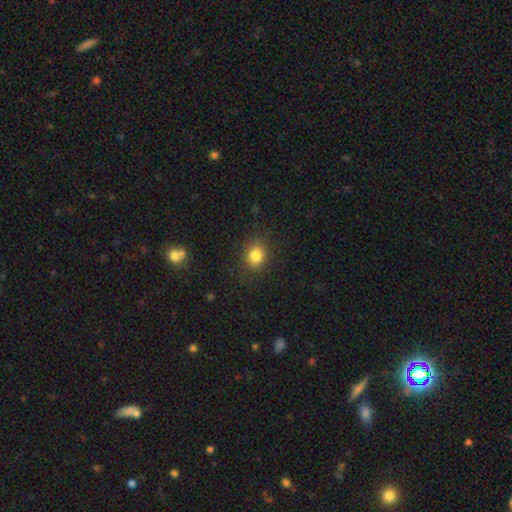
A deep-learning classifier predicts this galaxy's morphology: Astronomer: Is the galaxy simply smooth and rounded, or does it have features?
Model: smooth — 83%.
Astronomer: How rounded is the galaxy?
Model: round — 71%.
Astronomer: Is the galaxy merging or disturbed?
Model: none — 86%.